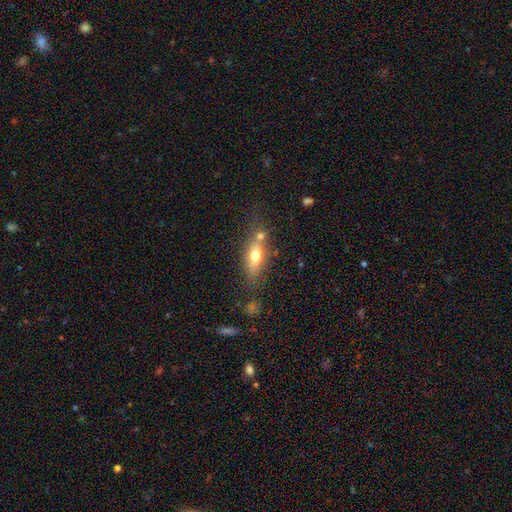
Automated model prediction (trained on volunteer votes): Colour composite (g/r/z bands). It shows a smooth galaxy with no disk features (66%) that is in between round and cigar-shaped (69%). Merging: none (56%).